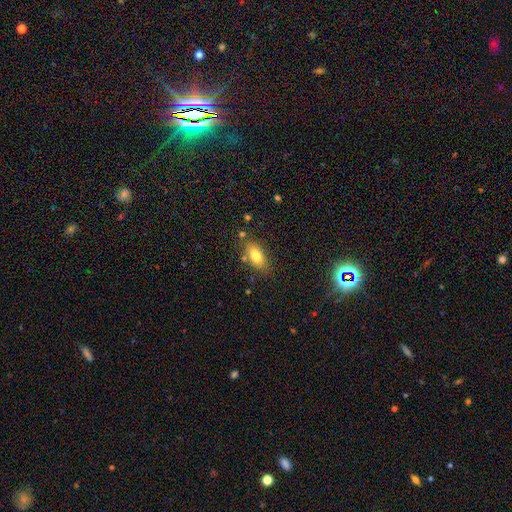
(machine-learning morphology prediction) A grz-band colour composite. It shows a smooth galaxy with no disk features (76%) that is in between round and cigar-shaped (87%). Merging: none (78%).